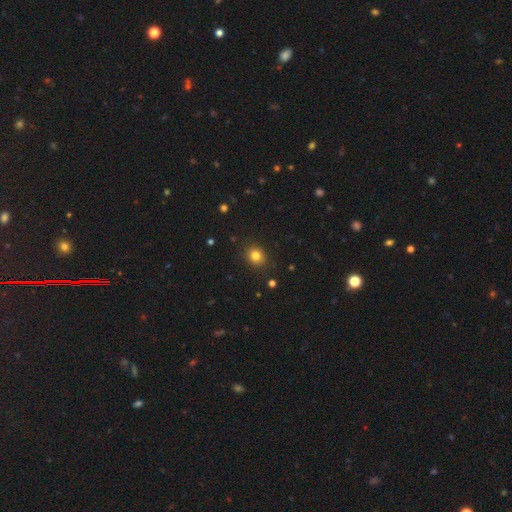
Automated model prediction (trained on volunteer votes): Smooth or featured? smooth (82%)
How rounded? round (74%)
Merging? none (88%)